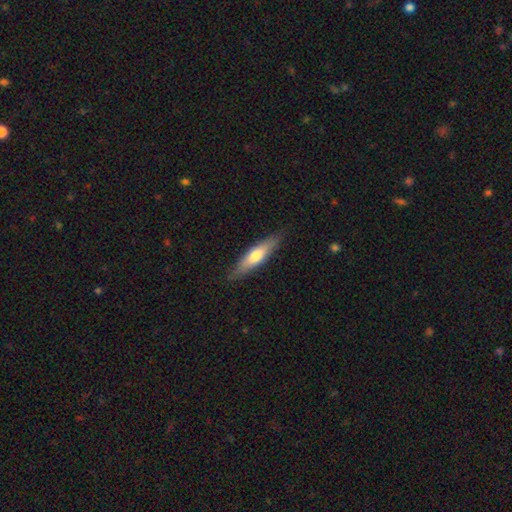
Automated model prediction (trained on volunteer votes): A smooth galaxy with no disk features (63%) that is cigar-shaped (71%).

Vote fractions:
- Smooth or featured? smooth: 63% / featured or disk: 32% / star or artifact: 5%
- How rounded? cigar-shaped: 71% / in between: 28% / round: 2%
- Merging? none: 84% / minor disturbance: 12% / major disturbance: 3% / merger: 1%